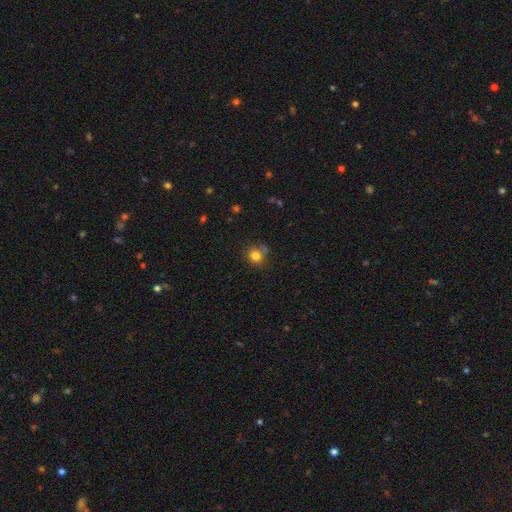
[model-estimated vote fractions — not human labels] Smooth or featured?
  - smooth: 81% *
  - star or artifact: 12%
  - featured or disk: 7%
How rounded?
  - round: 86% *
  - in between: 13%
  - cigar-shaped: 1%
Merging?
  - none: 74% *
  - minor disturbance: 12%
  - merger: 10%
  - major disturbance: 4%